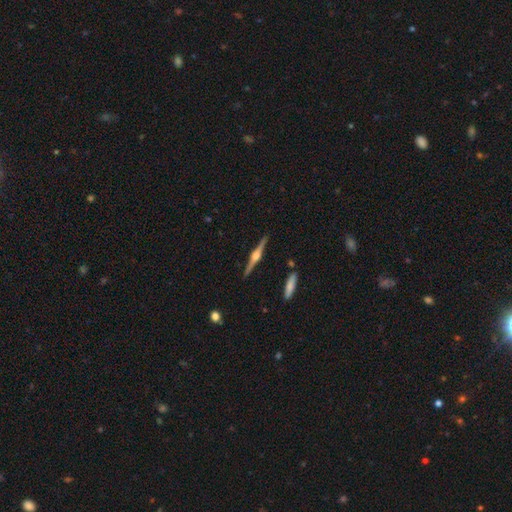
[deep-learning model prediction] Smooth or featured? Predicted: featured or disk (p=0.85). Edge-on disk? Predicted: yes (p=0.99). Edge-on bulge? Predicted: rounded (p=0.90). Merging? Predicted: none (p=0.91).